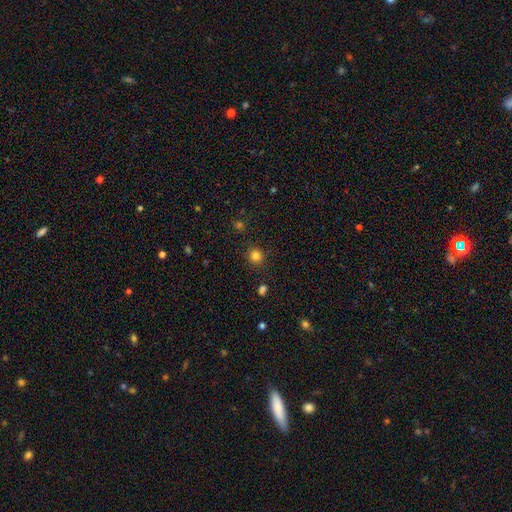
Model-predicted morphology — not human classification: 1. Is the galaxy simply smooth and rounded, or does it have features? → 82% smooth, 14% star or artifact, 4% featured or disk.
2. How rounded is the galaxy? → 92% round, 7% in between, 1% cigar-shaped.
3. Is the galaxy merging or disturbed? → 90% none, 6% minor disturbance, 2% major disturbance, 2% merger.